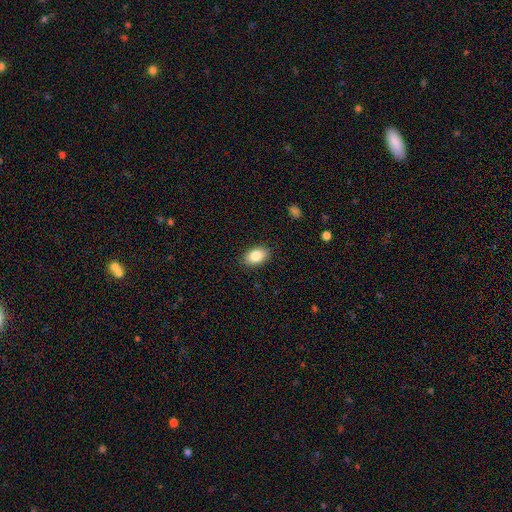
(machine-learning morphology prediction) This is clearly a smooth galaxy (85%). How rounded: clearly in between (89%). Merging: clearly none (87%).